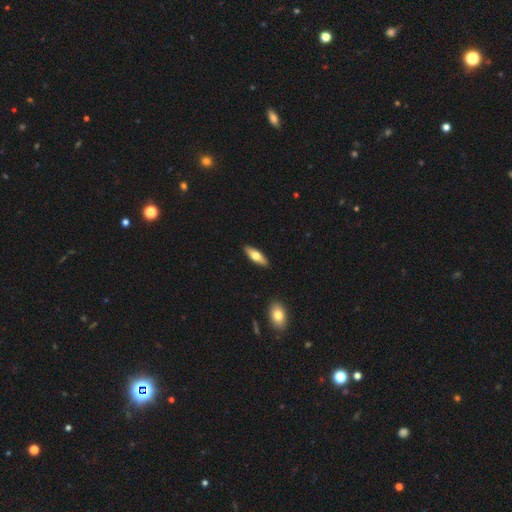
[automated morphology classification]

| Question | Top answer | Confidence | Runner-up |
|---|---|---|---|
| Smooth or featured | smooth | 60% | featured or disk (34%) |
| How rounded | in between | 54% | cigar-shaped (44%) |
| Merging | none | 90% | minor disturbance (7%) |